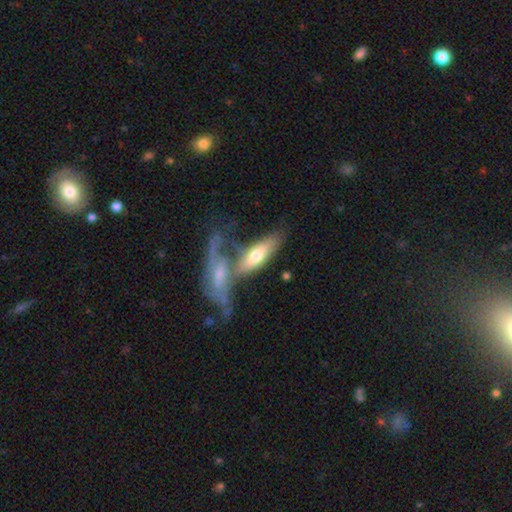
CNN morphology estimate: This appears to be a featured or disk galaxy (56%) viewed edge-on (65%). Merging: merger (44%).